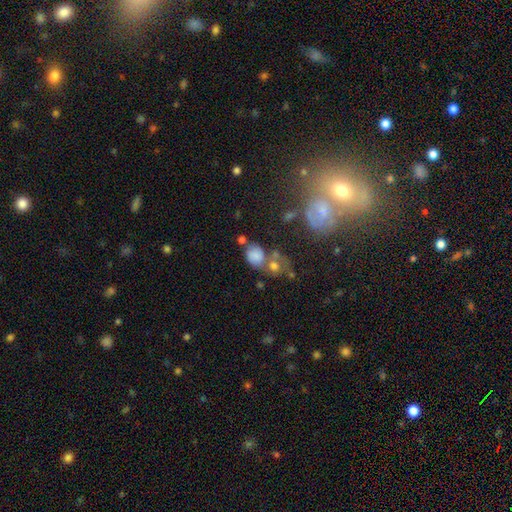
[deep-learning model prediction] This appears to be a smooth galaxy with no disk features (64%) that is in between round and cigar-shaped (55%). Merging: none (37%).